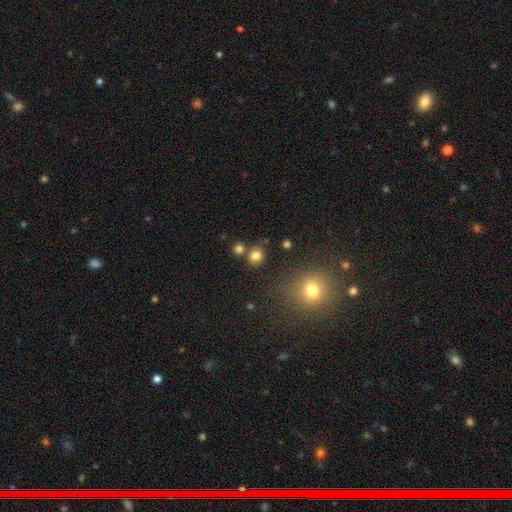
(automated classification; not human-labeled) Q: Smooth or featured?
A: smooth (81%); runner-up: star or artifact (13%)
Q: How rounded?
A: round (81%); runner-up: in between (18%)
Q: Merging?
A: none (77%); runner-up: merger (12%)